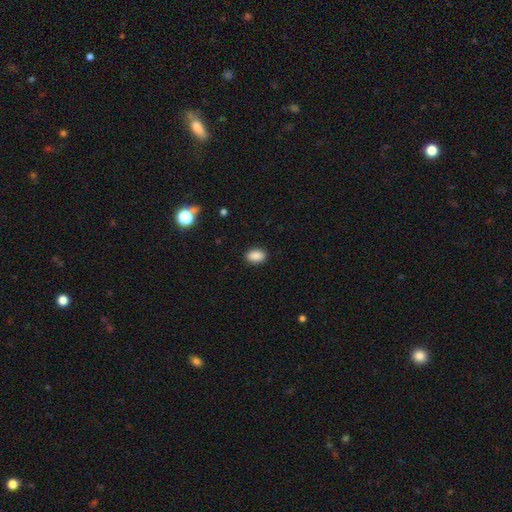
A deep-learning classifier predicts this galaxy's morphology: Smooth or featured?
  - smooth: 89% *
  - star or artifact: 8%
  - featured or disk: 3%
How rounded?
  - in between: 86% *
  - round: 13%
  - cigar-shaped: 1%
Merging?
  - none: 89% *
  - minor disturbance: 8%
  - major disturbance: 2%
  - merger: 1%